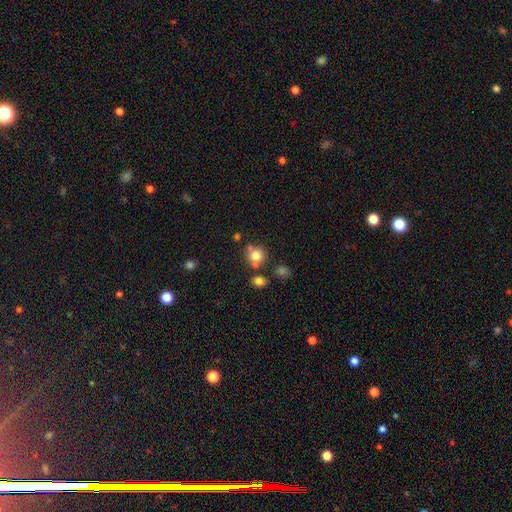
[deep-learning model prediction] Smooth or featured?
  - smooth: 76% *
  - star or artifact: 13%
  - featured or disk: 11%
How rounded?
  - round: 86% *
  - in between: 13%
  - cigar-shaped: 1%
Merging?
  - none: 62% *
  - merger: 22%
  - minor disturbance: 11%
  - major disturbance: 4%